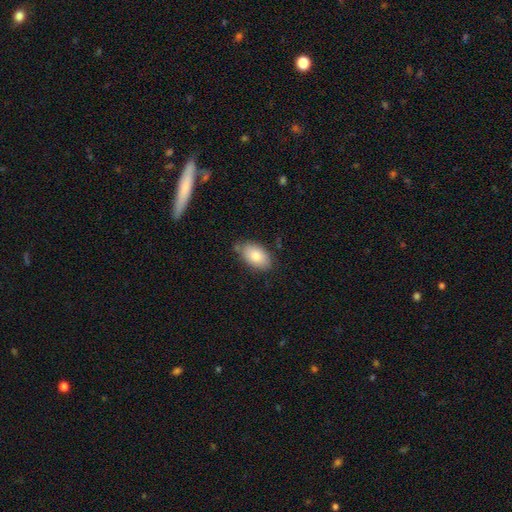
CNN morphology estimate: This appears to be a smooth galaxy with no disk features (81%) that is in between round and cigar-shaped (92%). Merging: none (74%).